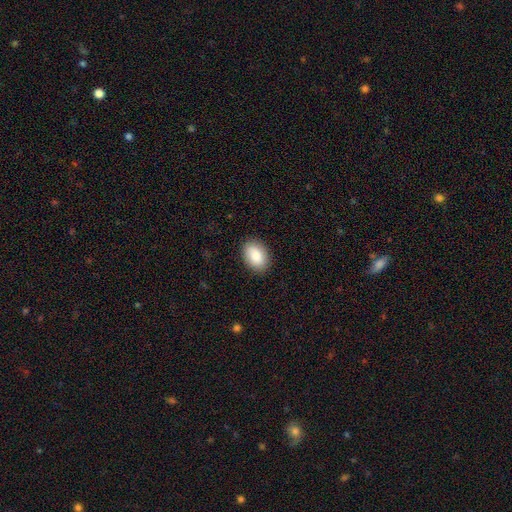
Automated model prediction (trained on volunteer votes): smooth 87%, star or artifact 7%, featured or disk 6%. Down the decision tree: how rounded — in between (88%); merging — none (88%).